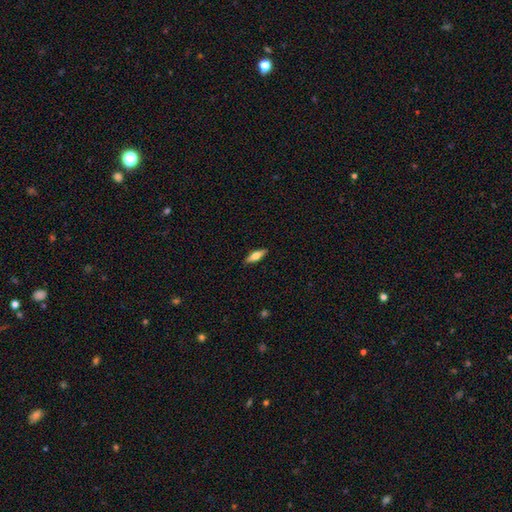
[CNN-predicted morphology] Smooth or featured: smooth — 54% (featured or disk — 40%)
How rounded: cigar-shaped — 50% (in between — 48%)
Merging: none — 90% (minor disturbance — 8%)